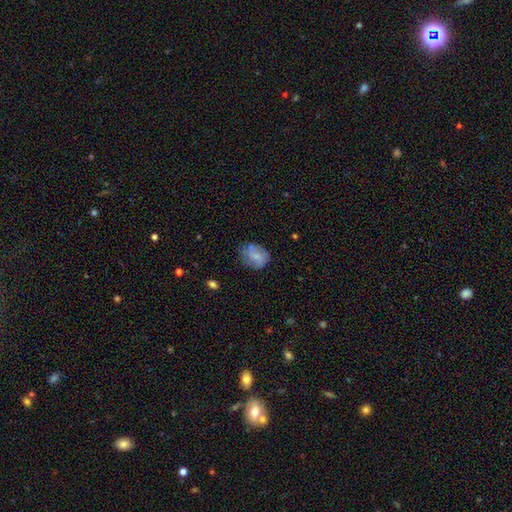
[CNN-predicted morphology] This is likely a smooth galaxy (64%). How rounded: possibly in between (56%). Merging: likely none (63%).